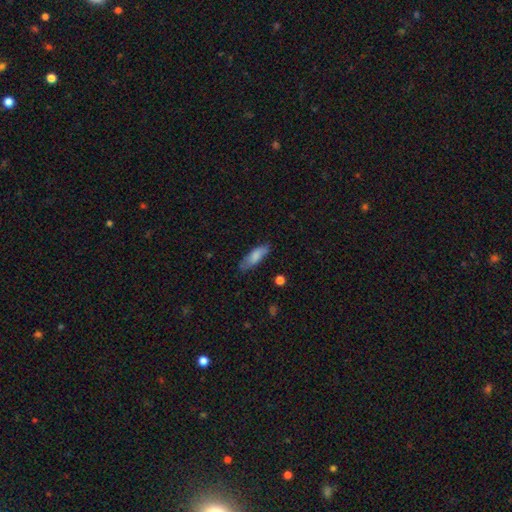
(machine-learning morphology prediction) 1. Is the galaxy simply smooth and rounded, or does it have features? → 78% smooth, 15% featured or disk, 6% star or artifact.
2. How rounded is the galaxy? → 59% in between, 39% cigar-shaped, 2% round.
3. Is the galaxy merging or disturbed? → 73% none, 21% minor disturbance, 4% major disturbance, 2% merger.